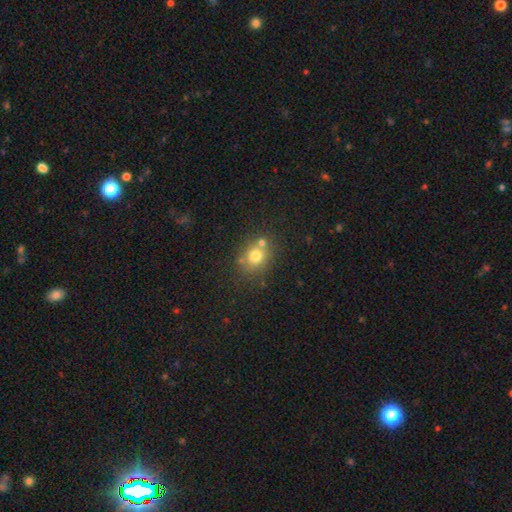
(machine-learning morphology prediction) The model was most divided on "merging": none: 64%, merger: 20%, minor disturbance: 12%, major disturbance: 4%. More confident: smooth or featured — smooth (74%); how rounded — round (72%).